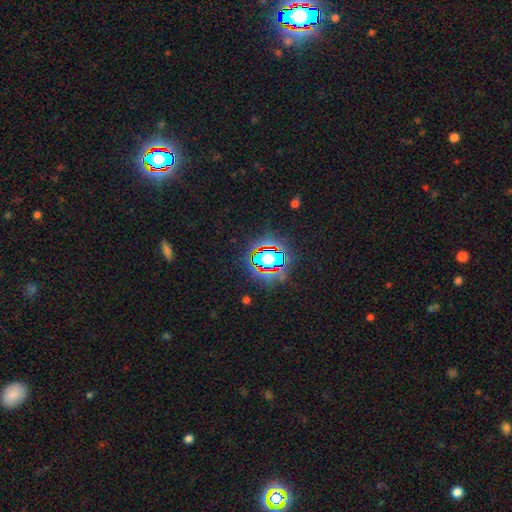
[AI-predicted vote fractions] Smooth or featured: star or artifact — 79% (smooth — 13%)